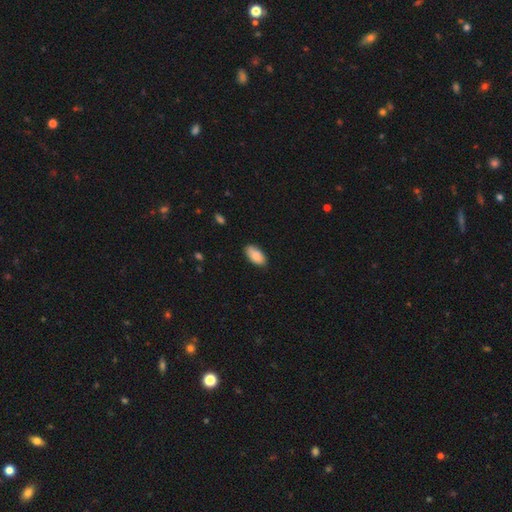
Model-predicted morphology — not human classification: Smooth or featured?
  - smooth: 88% *
  - star or artifact: 6%
  - featured or disk: 6%
How rounded?
  - in between: 94% *
  - cigar-shaped: 4%
  - round: 2%
Merging?
  - none: 83% *
  - minor disturbance: 14%
  - major disturbance: 2%
  - merger: 1%